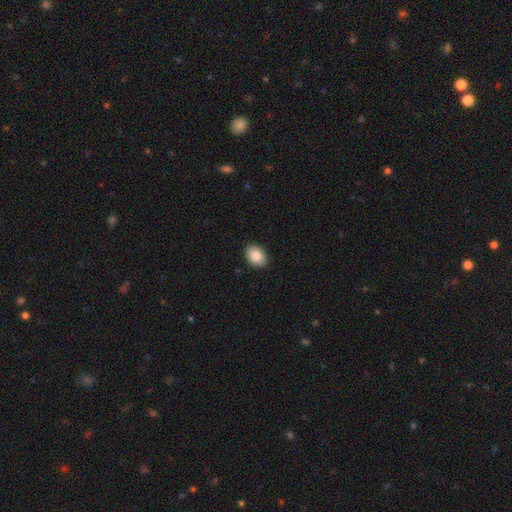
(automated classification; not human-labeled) This appears to be a smooth galaxy with no disk features (87%) that is in between round and cigar-shaped (77%). Merging: none (90%).